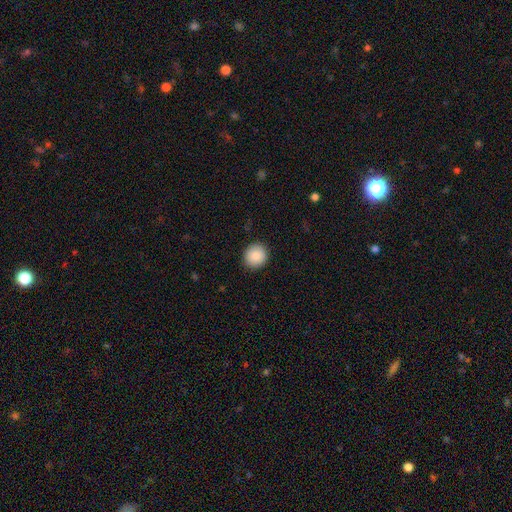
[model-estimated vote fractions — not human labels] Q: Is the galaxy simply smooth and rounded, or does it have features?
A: smooth — 86%.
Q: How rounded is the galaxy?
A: round — 90%.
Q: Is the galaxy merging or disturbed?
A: none — 91%.